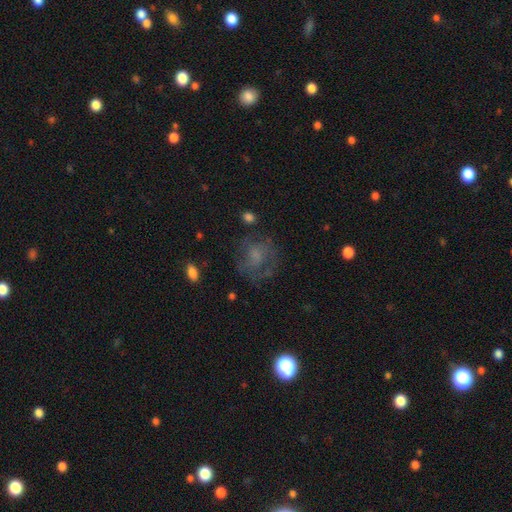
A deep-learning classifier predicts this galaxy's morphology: smooth 45%, featured or disk 41%, star or artifact 14%. Down the decision tree: merging — none (56%).